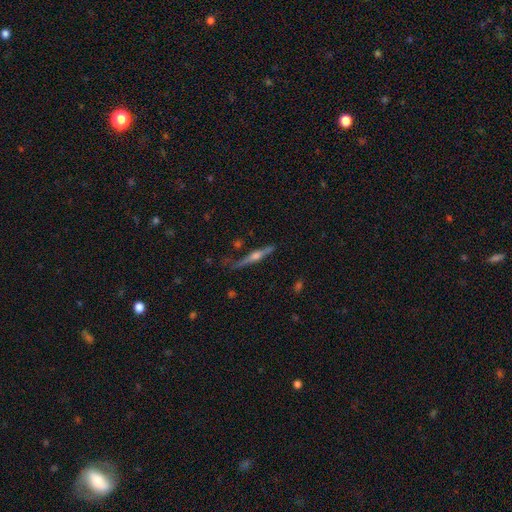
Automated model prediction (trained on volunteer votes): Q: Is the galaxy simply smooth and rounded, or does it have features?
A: featured or disk — 75%.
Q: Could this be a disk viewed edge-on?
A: yes — 97%.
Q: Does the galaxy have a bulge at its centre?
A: rounded — 89%.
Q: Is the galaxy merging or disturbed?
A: none — 77%.